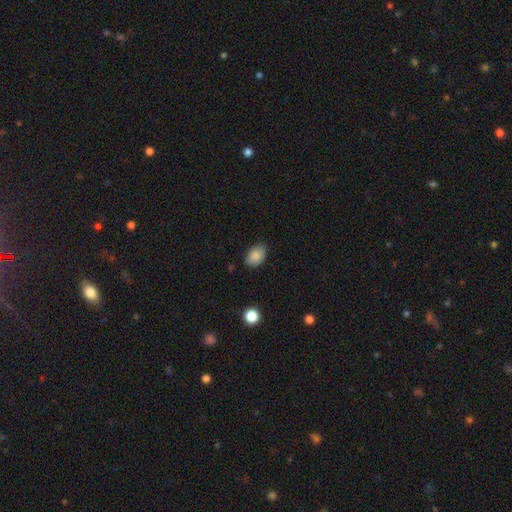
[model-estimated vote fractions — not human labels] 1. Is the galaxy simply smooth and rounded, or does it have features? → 87% smooth, 8% star or artifact, 5% featured or disk.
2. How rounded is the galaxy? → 86% in between, 13% round, 1% cigar-shaped.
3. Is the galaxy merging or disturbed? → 80% none, 16% minor disturbance, 3% major disturbance, 1% merger.